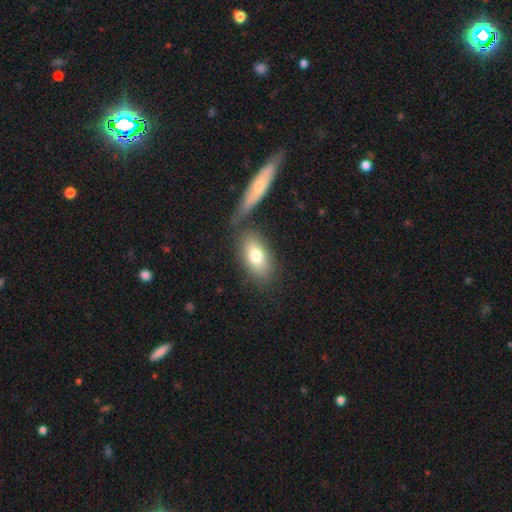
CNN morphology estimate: Smooth or featured? smooth (77%)
How rounded? in between (87%)
Merging? none (66%)